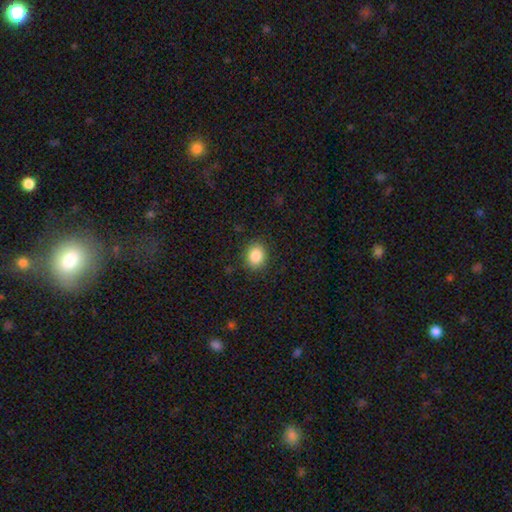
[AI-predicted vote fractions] This is clearly a smooth galaxy (85%). How rounded: possibly round (56%). Merging: clearly none (87%).